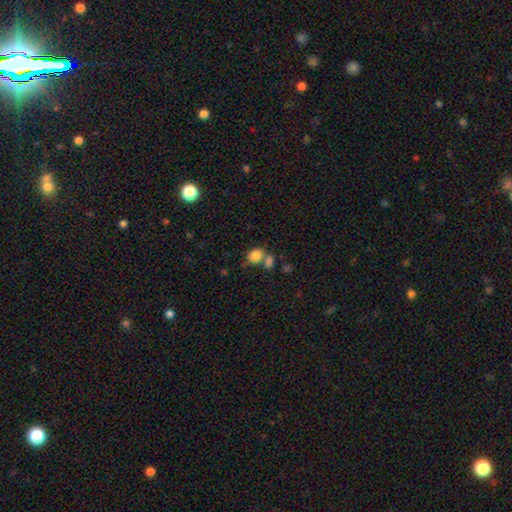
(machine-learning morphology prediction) Smooth or featured: smooth — 83% (star or artifact — 10%)
How rounded: in between — 53% (round — 46%)
Merging: none — 52% (merger — 31%)